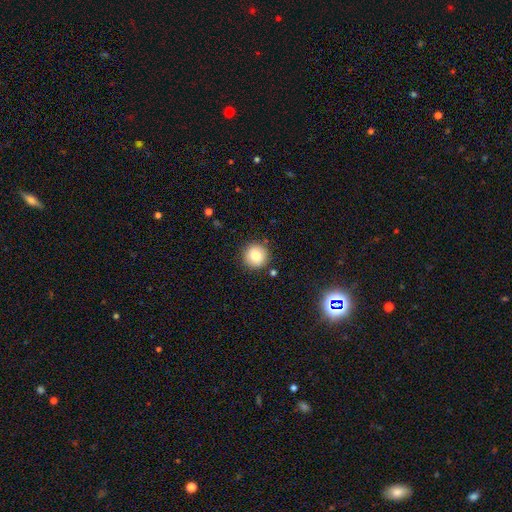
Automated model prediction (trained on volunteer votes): A smooth galaxy with no disk features (83%) that is round (94%).

Vote fractions:
- Smooth or featured? smooth: 83% / star or artifact: 9% / featured or disk: 8%
- How rounded? round: 94% / in between: 5% / cigar-shaped: 1%
- Merging? none: 88% / minor disturbance: 8% / merger: 2% / major disturbance: 2%